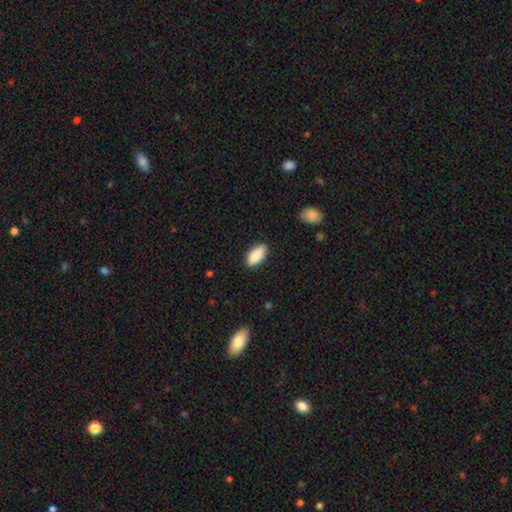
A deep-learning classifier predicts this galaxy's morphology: This appears to be a smooth galaxy with no disk features (88%) that is in between round and cigar-shaped (90%). Merging: none (86%).